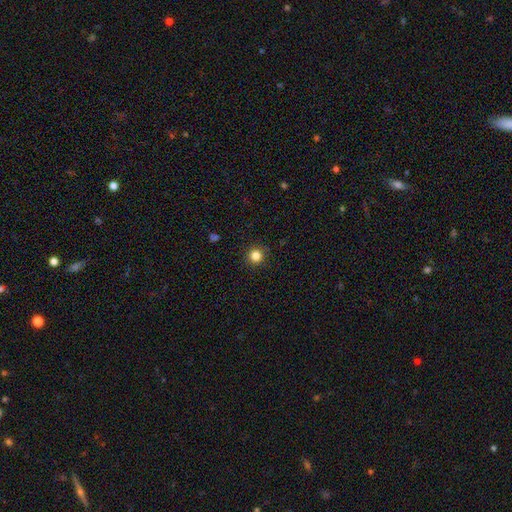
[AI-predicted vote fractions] smooth-or-featured: smooth: 84% | star or artifact: 12% | featured or disk: 4%
  how-rounded: round: 95% | in between: 4% | cigar-shaped: 1%
  merging: none: 91% | minor disturbance: 6% | major disturbance: 2% | merger: 1%